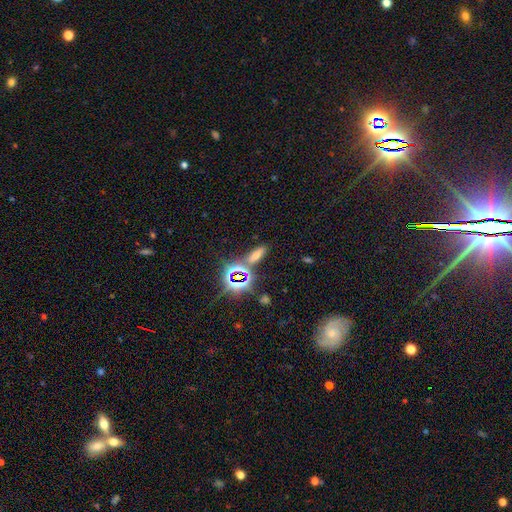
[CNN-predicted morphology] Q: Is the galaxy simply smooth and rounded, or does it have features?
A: smooth — 53%.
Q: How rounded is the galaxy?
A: in between — 58%.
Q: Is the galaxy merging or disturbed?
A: none — 74%.